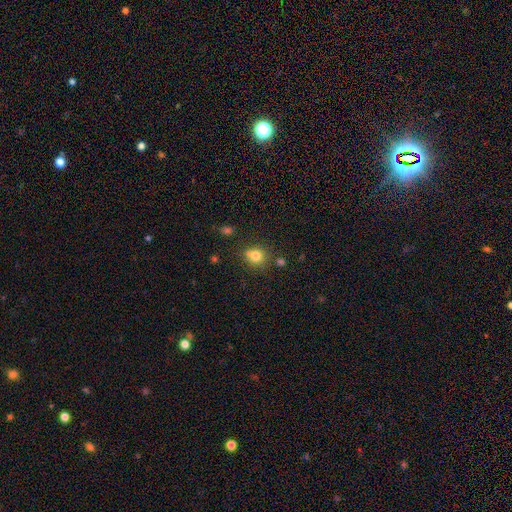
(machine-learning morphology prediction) The model was most divided on "merging": none: 61%, merger: 19%, minor disturbance: 15%, major disturbance: 5%. More confident: smooth or featured — smooth (77%); how rounded — round (77%).